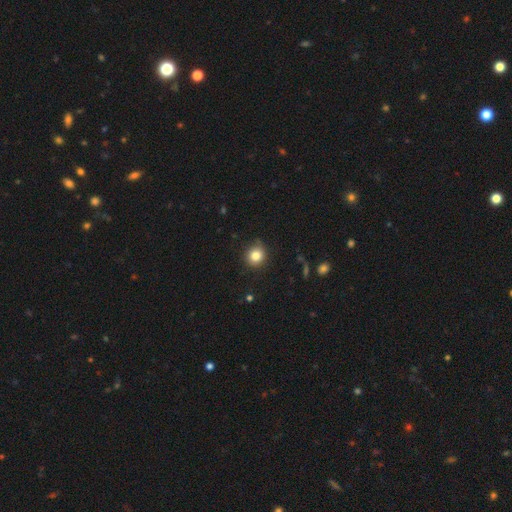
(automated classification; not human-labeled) Smooth or featured? smooth (83%)
How rounded? round (89%)
Merging? none (85%)